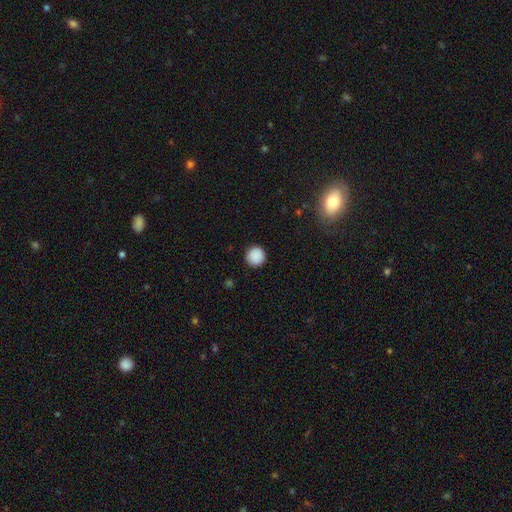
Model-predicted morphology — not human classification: type=smooth (89%); roundness=round (95%); merging=none (92%).